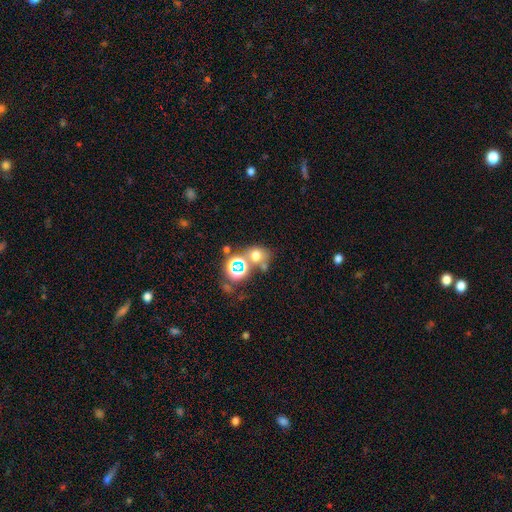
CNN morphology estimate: smooth-or-featured: smooth: 58% | star or artifact: 30% | featured or disk: 12%
  how-rounded: round: 64% | in between: 34% | cigar-shaped: 1%
  merging: none: 52% | merger: 30% | minor disturbance: 11% | major disturbance: 7%